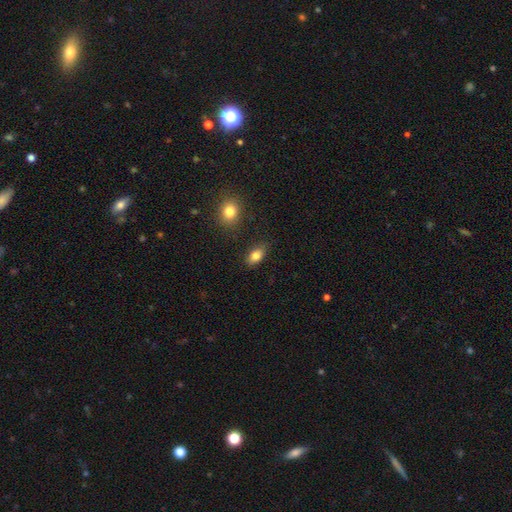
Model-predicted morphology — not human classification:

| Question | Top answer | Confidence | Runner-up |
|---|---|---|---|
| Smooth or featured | smooth | 84% | star or artifact (8%) |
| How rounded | in between | 88% | round (9%) |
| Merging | none | 82% | minor disturbance (13%) |